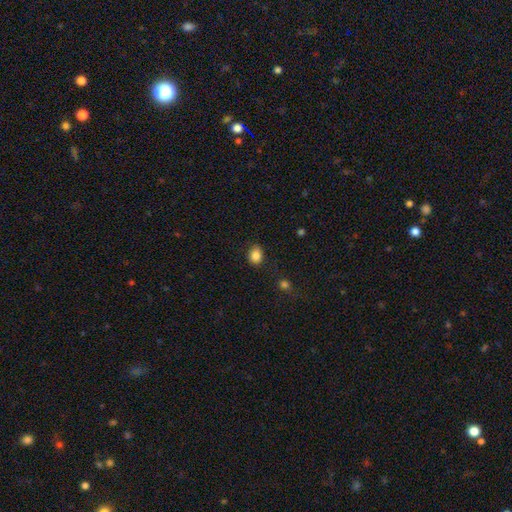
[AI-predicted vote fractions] A smooth galaxy with no disk features (85%) that is in between round and cigar-shaped (50%).

Vote fractions:
- Smooth or featured? smooth: 85% / star or artifact: 10% / featured or disk: 5%
- How rounded? in between: 50% / round: 49% / cigar-shaped: 1%
- Merging? none: 81% / minor disturbance: 14% / major disturbance: 3% / merger: 2%